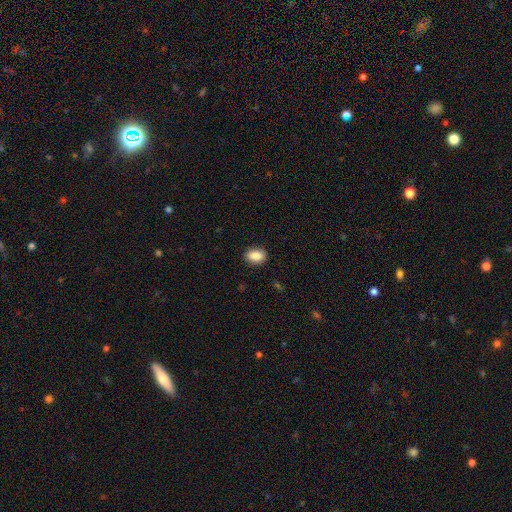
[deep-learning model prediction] Smooth or featured?
  - smooth: 89% *
  - star or artifact: 7%
  - featured or disk: 4%
How rounded?
  - in between: 81% *
  - round: 17%
  - cigar-shaped: 2%
Merging?
  - none: 88% *
  - minor disturbance: 9%
  - major disturbance: 2%
  - merger: 1%